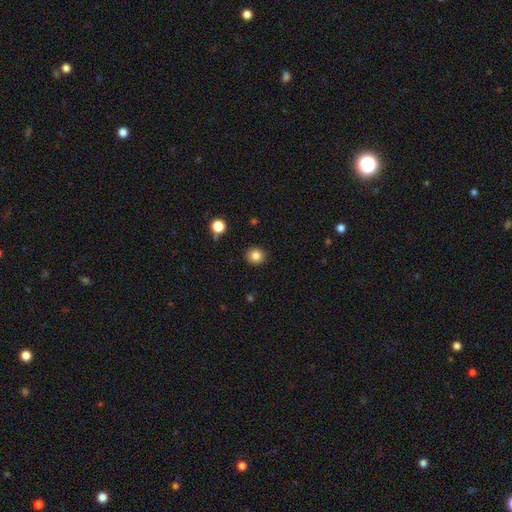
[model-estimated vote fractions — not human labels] Morphology: type=smooth (84%); roundness=round (89%); merging=none (91%).